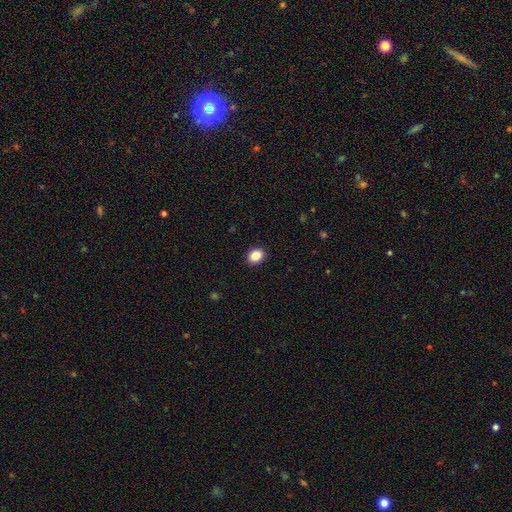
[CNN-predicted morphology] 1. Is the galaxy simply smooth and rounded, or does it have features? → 87% smooth, 9% star or artifact, 4% featured or disk.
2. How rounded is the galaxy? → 52% in between, 47% round, 1% cigar-shaped.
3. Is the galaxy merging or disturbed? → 92% none, 6% minor disturbance, 2% major disturbance, 1% merger.